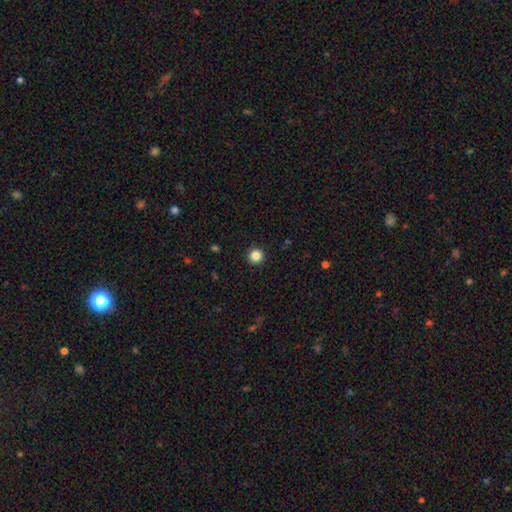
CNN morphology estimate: smooth_or_featured: smooth (p=0.85) [alt: star or artifact p=0.11]
how_rounded: round (p=0.96) [alt: in between p=0.03]
merging: none (p=0.93) [alt: minor disturbance p=0.04]